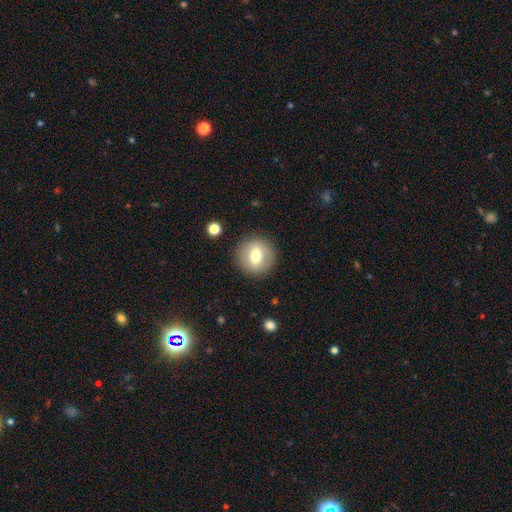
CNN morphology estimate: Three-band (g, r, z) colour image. It shows a smooth galaxy with no disk features (61%) that is round (89%). Merging: none (87%).